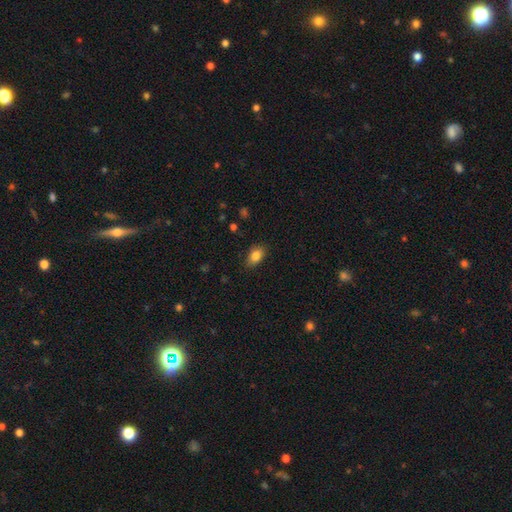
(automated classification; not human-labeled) smooth_or_featured: smooth (p=0.85) [alt: star or artifact p=0.09]
how_rounded: in between (p=0.86) [alt: round p=0.12]
merging: none (p=0.82) [alt: minor disturbance p=0.14]